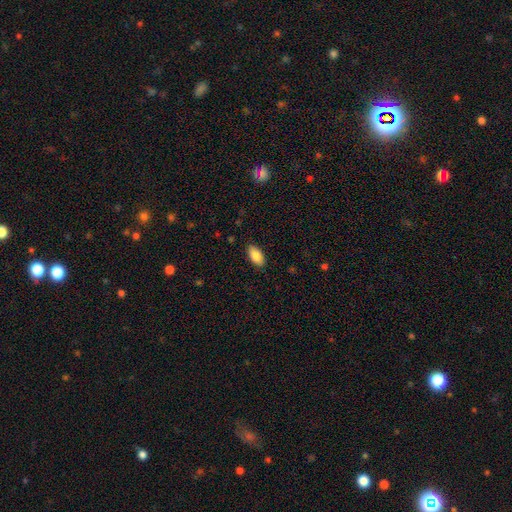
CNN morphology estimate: This is clearly a smooth galaxy (88%). How rounded: clearly in between (93%). Merging: clearly none (87%).